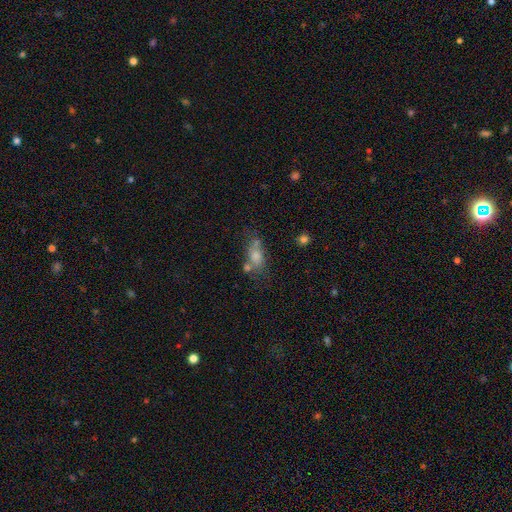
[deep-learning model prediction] Smooth or featured: smooth — 71% (featured or disk — 17%)
How rounded: in between — 77% (round — 16%)
Merging: none — 47% (merger — 24%)